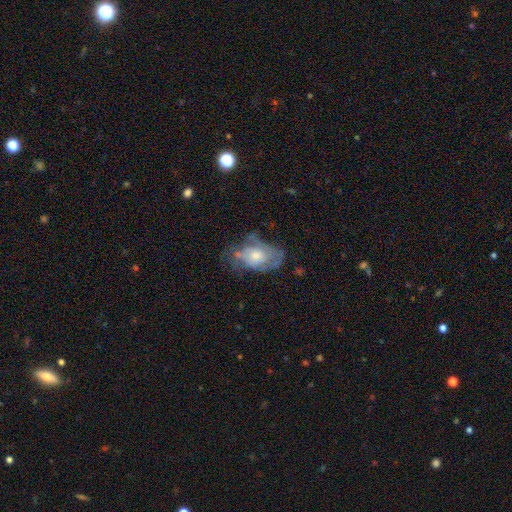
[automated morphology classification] Smooth or featured? Predicted: featured or disk (p=0.62). Edge-on disk? Predicted: no (p=0.95). Bar? Predicted: no (p=0.83). Spiral arms? Predicted: yes (p=0.57). Bulge size? Predicted: moderate (p=0.56). Merging? Predicted: none (p=0.45).